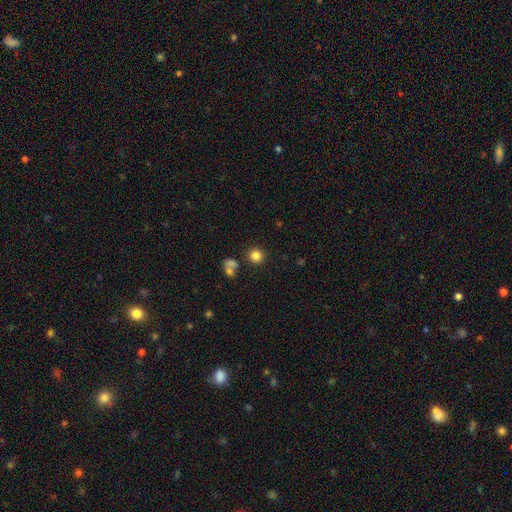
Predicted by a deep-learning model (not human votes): A smooth galaxy with no disk features (83%) that is round (92%). Merging: none (82%).